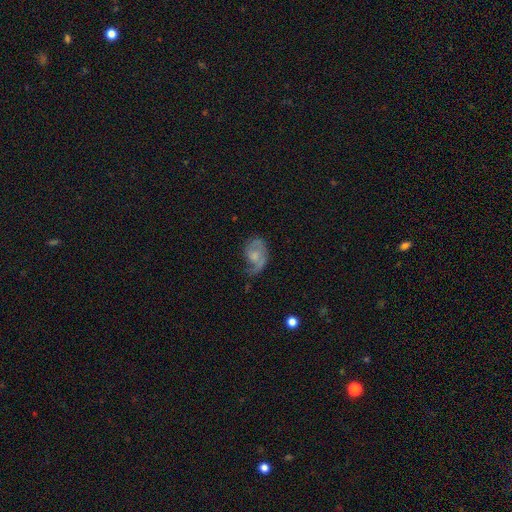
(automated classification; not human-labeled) Morphology: type=featured or disk (62%); edge-on=no (97%); bar=no (73%); spiral arms=yes (80%); bulge=moderate (42%); merging=none (36%).